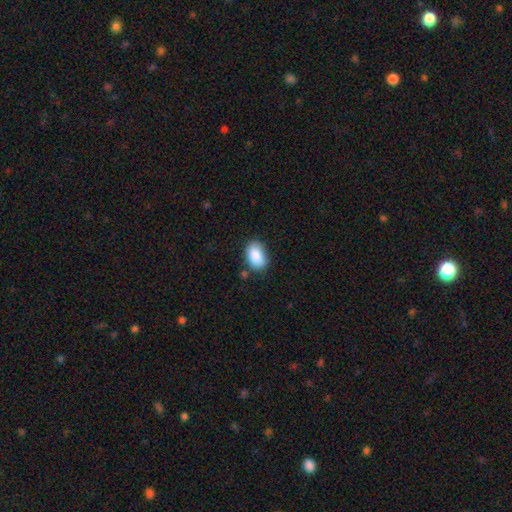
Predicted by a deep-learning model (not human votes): Smooth or featured: smooth — 88% (star or artifact — 7%)
How rounded: in between — 88% (round — 11%)
Merging: none — 77% (minor disturbance — 16%)